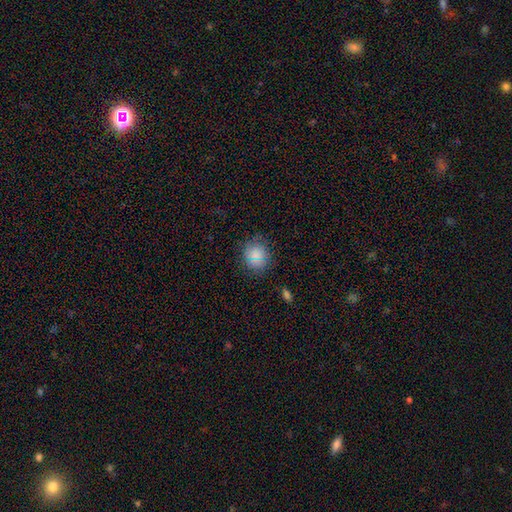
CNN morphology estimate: Overall: smooth (84%). How rounded: round (79%). Merging: none (80%).